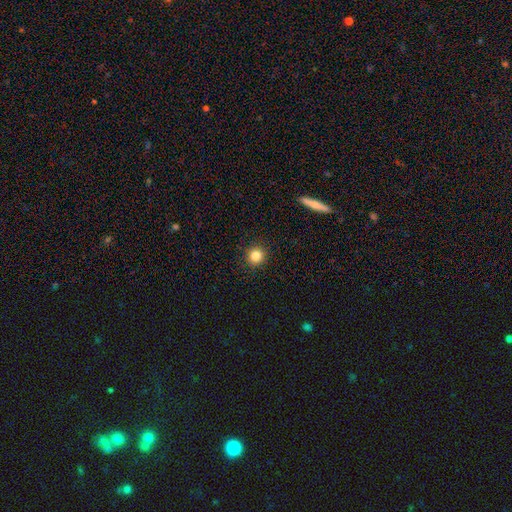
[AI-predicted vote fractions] This appears to be a smooth galaxy with no disk features (84%) that is round (93%). Merging: none (92%).